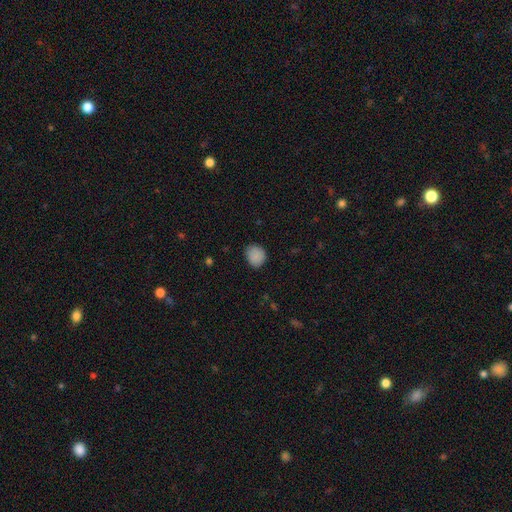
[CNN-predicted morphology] This appears to be a smooth galaxy with no disk features (87%) that is round (74%). Merging: none (79%).